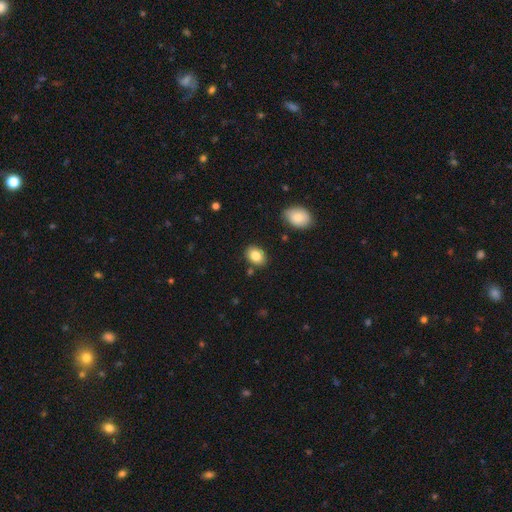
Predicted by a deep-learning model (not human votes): smooth_or_featured: smooth (p=0.84) [alt: star or artifact p=0.08]
how_rounded: in between (p=0.74) [alt: round p=0.25]
merging: none (p=0.84) [alt: minor disturbance p=0.10]